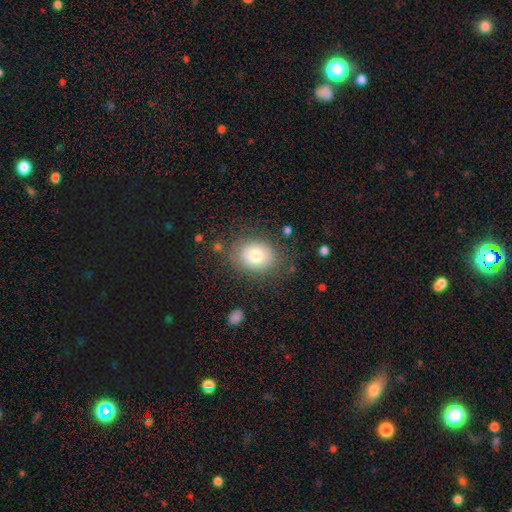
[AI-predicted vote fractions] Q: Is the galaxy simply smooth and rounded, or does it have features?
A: smooth — 75%.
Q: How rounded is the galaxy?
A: in between — 50%.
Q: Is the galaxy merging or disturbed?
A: none — 77%.